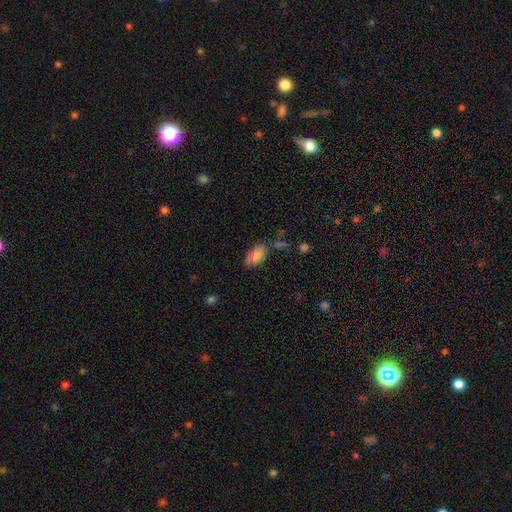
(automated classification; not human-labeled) Q: Smooth or featured?
A: smooth (83%); runner-up: featured or disk (10%)
Q: How rounded?
A: in between (94%); runner-up: round (4%)
Q: Merging?
A: none (72%); runner-up: minor disturbance (18%)